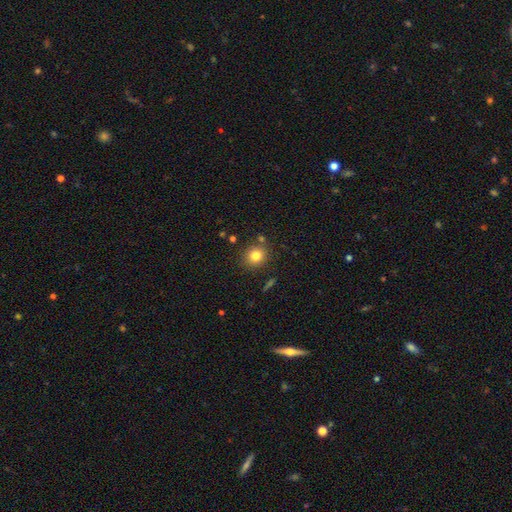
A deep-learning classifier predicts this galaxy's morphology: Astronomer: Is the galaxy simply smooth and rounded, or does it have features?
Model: smooth — 80%.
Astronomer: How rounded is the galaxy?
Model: round — 82%.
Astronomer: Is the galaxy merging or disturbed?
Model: none — 82%.